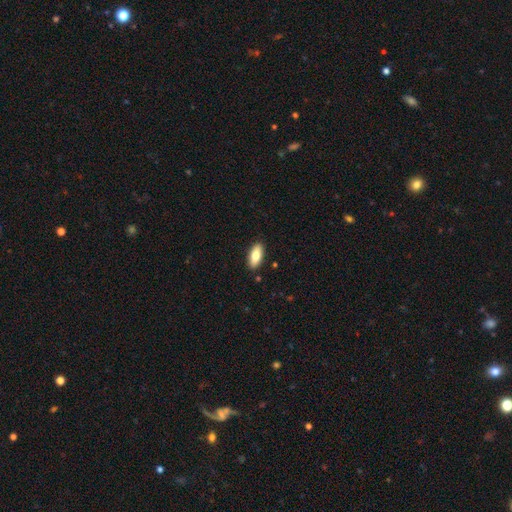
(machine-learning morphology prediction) This is likely a smooth galaxy (78%). How rounded: clearly in between (85%). Merging: clearly none (90%).